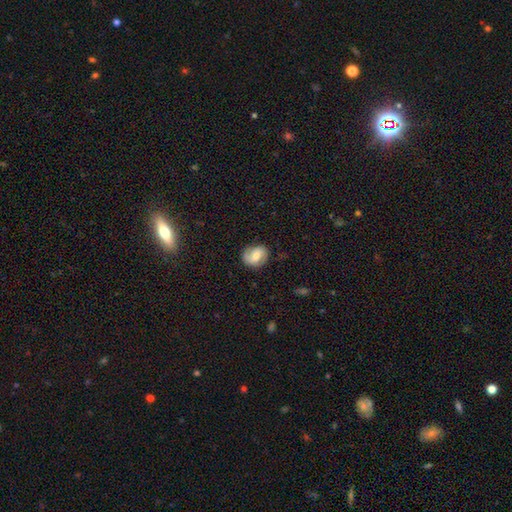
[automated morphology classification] featured or disk 49%, smooth 43%, star or artifact 8%. Down the decision tree: merging — none (76%).